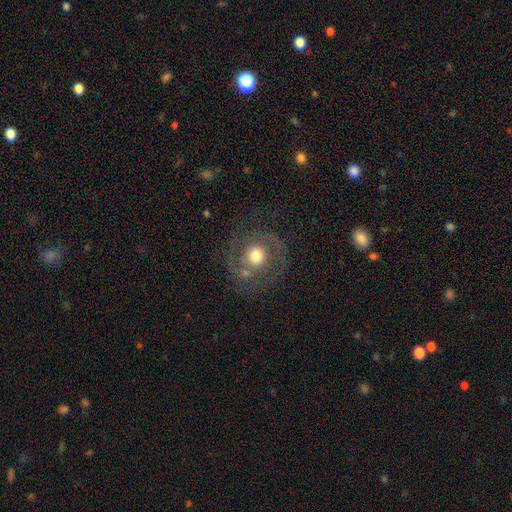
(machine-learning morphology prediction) A featured or disk galaxy (58%) with no bar (79%), spiral arms (63%) and a moderate central bulge (62%).

Vote fractions:
- Smooth or featured? featured or disk: 58% / smooth: 32% / star or artifact: 9%
- Edge-on disk? no: 97% / yes: 3%
- Bar? no: 79% / weak: 16% / strong: 5%
- Spiral arms? yes: 63% / no: 37%
- Bulge size? moderate: 62% / large: 27% / small: 7% / dominant: 3% / none: 1%
- Merging? none: 72% / minor disturbance: 14% / major disturbance: 11% / merger: 3%